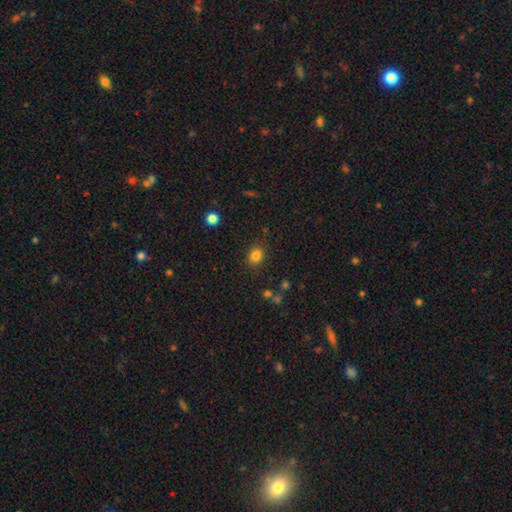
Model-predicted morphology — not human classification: A smooth galaxy with no disk features (82%) that is round (50%). Merging: none (85%).